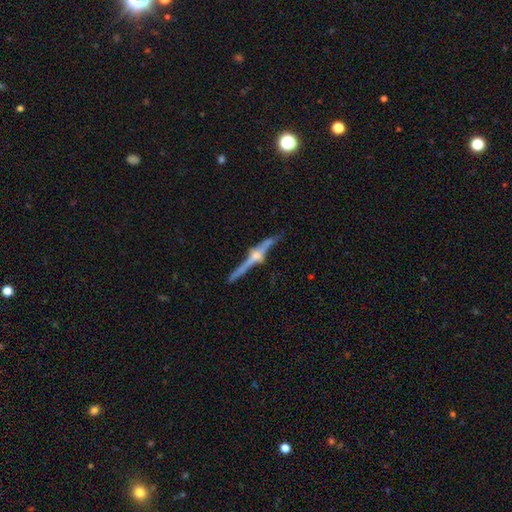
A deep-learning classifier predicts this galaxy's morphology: smooth_or_featured: featured or disk (p=0.83) [alt: smooth p=0.10]
disk_edge_on: yes (p=0.96) [alt: no p=0.04]
edge_on_bulge: rounded (p=0.89) [alt: boxy p=0.06]
merging: none (p=0.80) [alt: minor disturbance p=0.11]